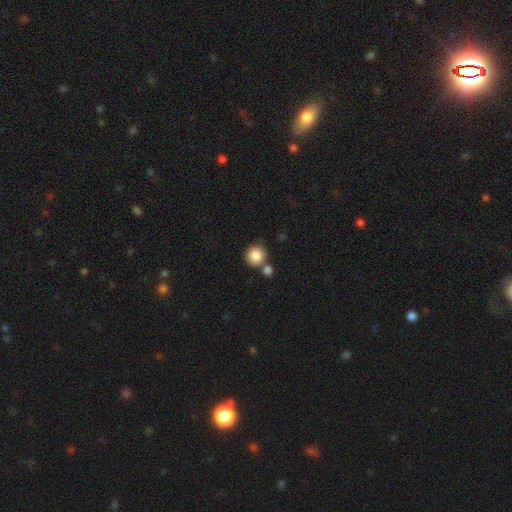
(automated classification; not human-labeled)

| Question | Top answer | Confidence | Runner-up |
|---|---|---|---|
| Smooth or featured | smooth | 86% | star or artifact (8%) |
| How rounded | round | 87% | in between (12%) |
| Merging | none | 62% | merger (24%) |